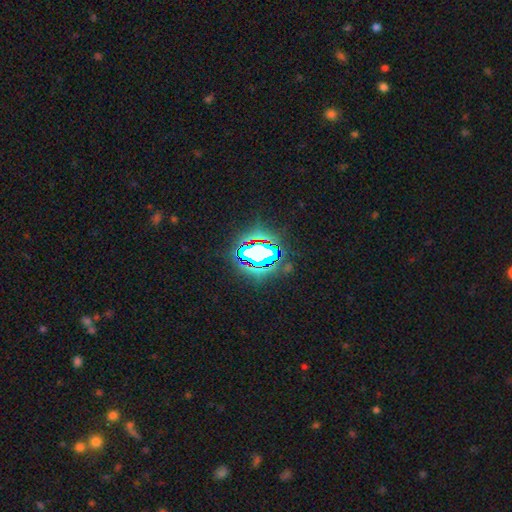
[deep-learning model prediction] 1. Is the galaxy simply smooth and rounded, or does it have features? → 70% star or artifact, 17% smooth, 13% featured or disk.